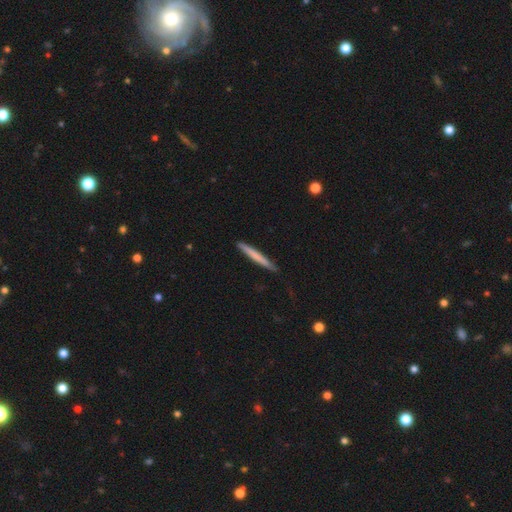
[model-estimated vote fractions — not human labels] This is likely a smooth galaxy (67%). How rounded: clearly cigar-shaped (97%). Merging: clearly none (88%).